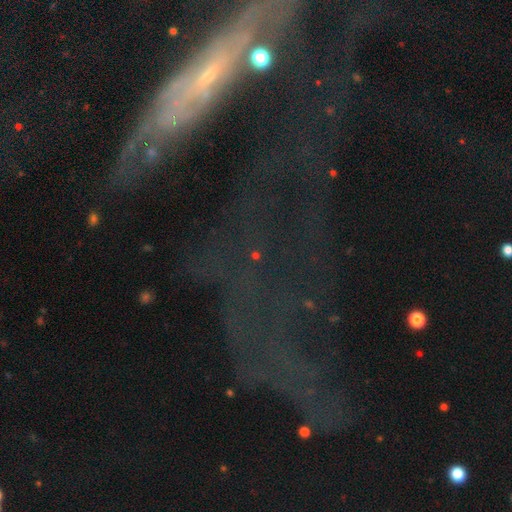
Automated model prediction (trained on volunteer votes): Smooth or featured: star or artifact — 72% (smooth — 16%)